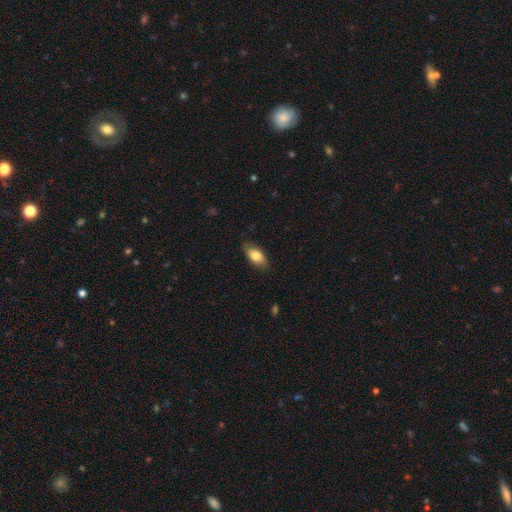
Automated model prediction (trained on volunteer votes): Smooth or featured? smooth (82%)
How rounded? in between (90%)
Merging? none (81%)